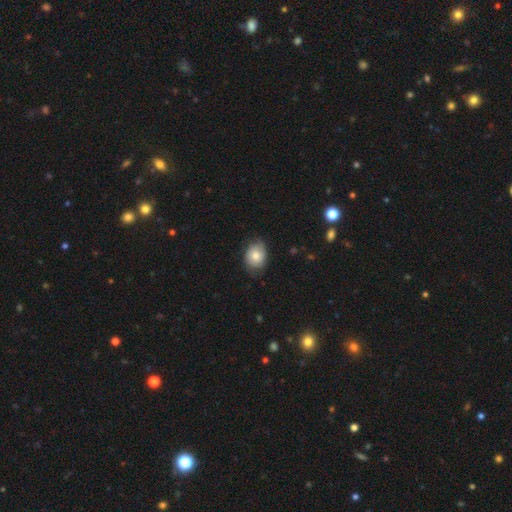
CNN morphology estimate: The model was most divided on "how rounded": in between: 56%, round: 43%, cigar-shaped: 1%. More confident: smooth or featured — smooth (72%); merging — none (69%).